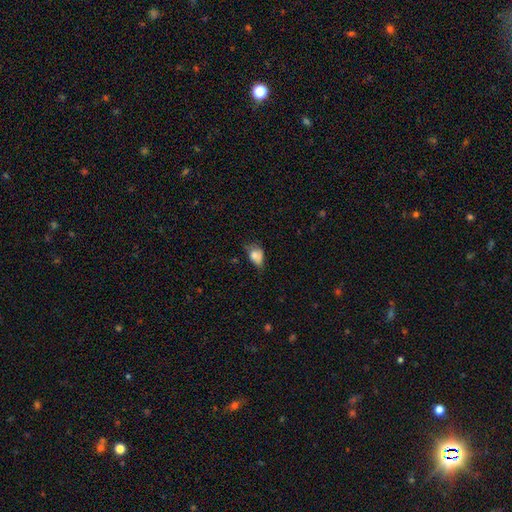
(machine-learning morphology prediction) Smooth or featured? smooth (76%)
How rounded? in between (80%)
Merging? minor disturbance (42%)